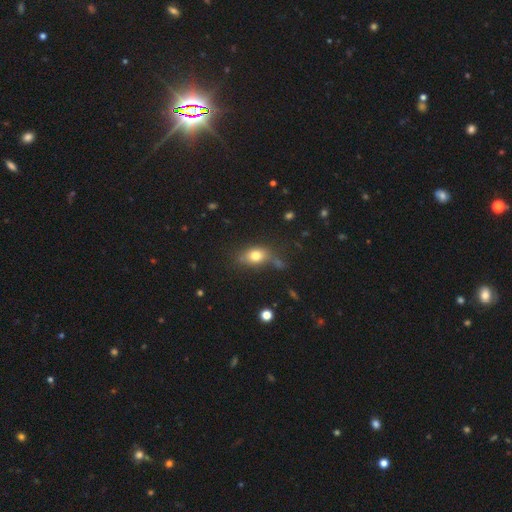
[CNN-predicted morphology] Smooth or featured?
  - smooth: 76% *
  - featured or disk: 13%
  - star or artifact: 11%
How rounded?
  - in between: 68% *
  - round: 28%
  - cigar-shaped: 3%
Merging?
  - none: 62% *
  - minor disturbance: 20%
  - merger: 9%
  - major disturbance: 8%